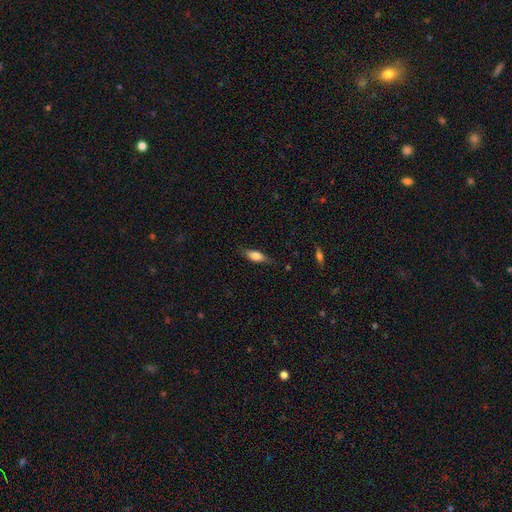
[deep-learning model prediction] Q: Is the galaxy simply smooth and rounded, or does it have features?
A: smooth — 74%.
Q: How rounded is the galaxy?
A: in between — 70%.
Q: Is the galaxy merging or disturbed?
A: none — 75%.